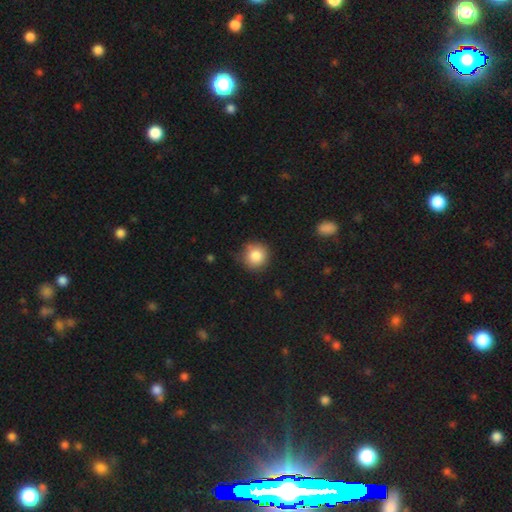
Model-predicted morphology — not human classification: Smooth or featured? smooth (85%)
How rounded? round (93%)
Merging? none (83%)